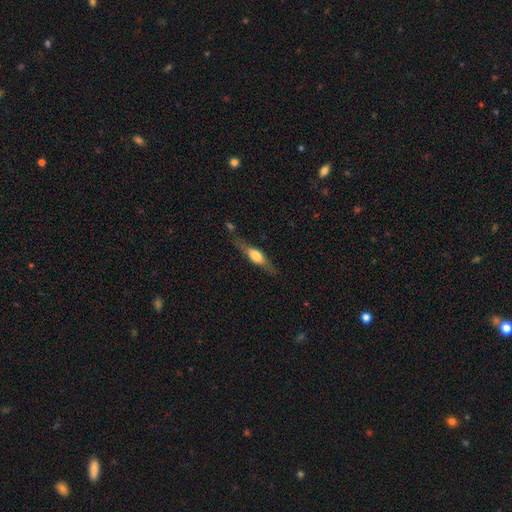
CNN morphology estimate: The model was most divided on "smooth or featured": featured or disk: 58%, smooth: 35%, star or artifact: 6%. More confident: edge-on disk — yes (92%); edge-on bulge — rounded (86%); merging — none (73%).